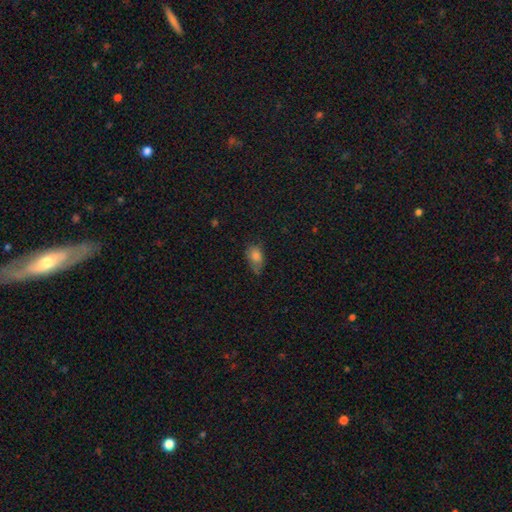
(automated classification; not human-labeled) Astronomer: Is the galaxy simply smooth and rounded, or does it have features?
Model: smooth — 80%.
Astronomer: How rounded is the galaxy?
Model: in between — 81%.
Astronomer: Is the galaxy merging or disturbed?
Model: none — 49% (runner-up: minor disturbance, 37%).